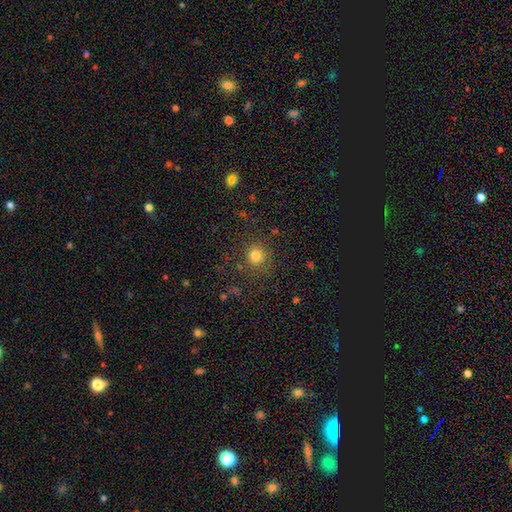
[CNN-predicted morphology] This appears to be a smooth galaxy with no disk features (80%) that is round (91%). Merging: none (82%).